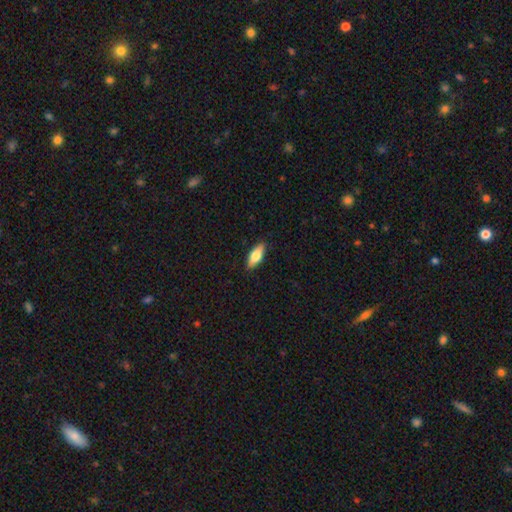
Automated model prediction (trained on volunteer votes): Smooth or featured?
  - smooth: 69% *
  - featured or disk: 25%
  - star or artifact: 6%
How rounded?
  - in between: 71% *
  - cigar-shaped: 27%
  - round: 3%
Merging?
  - none: 89% *
  - minor disturbance: 9%
  - major disturbance: 2%
  - merger: 1%